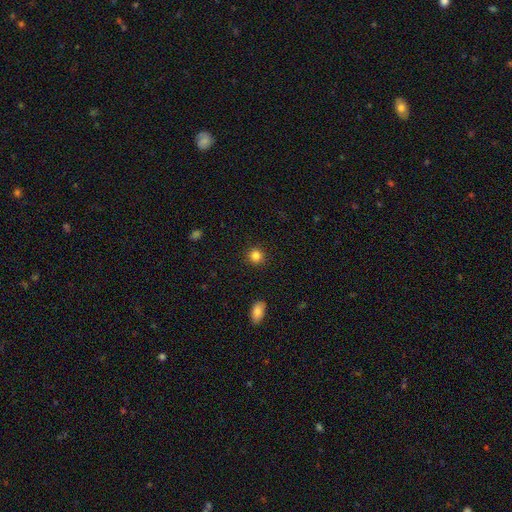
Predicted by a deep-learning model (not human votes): This appears to be a smooth galaxy with no disk features (85%) that is round (91%). Merging: none (91%).